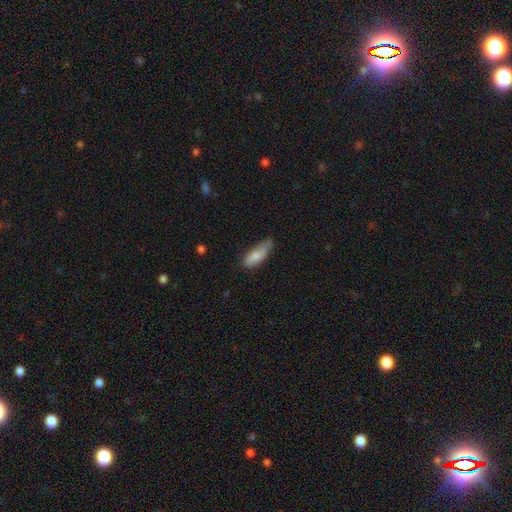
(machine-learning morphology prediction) Overall: smooth (76%). How rounded: in between (71%). Merging: none (49%; minor disturbance 39%).